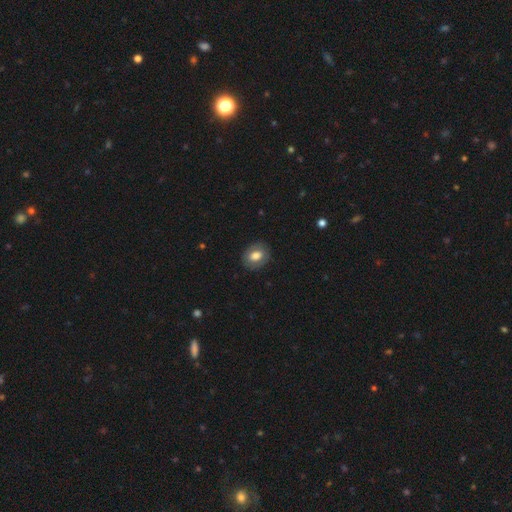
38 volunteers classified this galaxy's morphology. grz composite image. It shows a smooth galaxy with no disk features (74%) that is in between round and cigar-shaped (54%). Merging: none (92%).